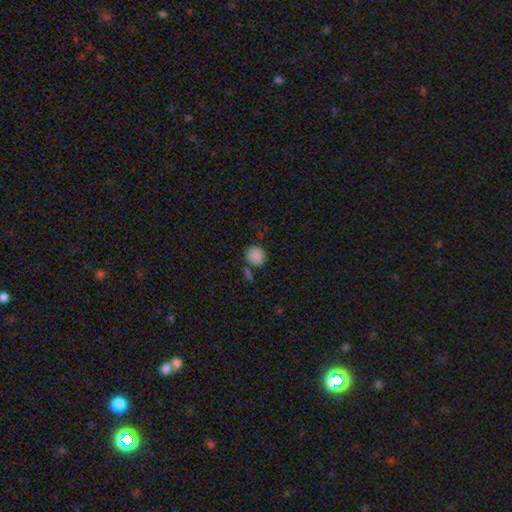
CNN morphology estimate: Smooth or featured: smooth — 85% (star or artifact — 11%)
How rounded: round — 85% (in between — 14%)
Merging: none — 73% (minor disturbance — 13%)